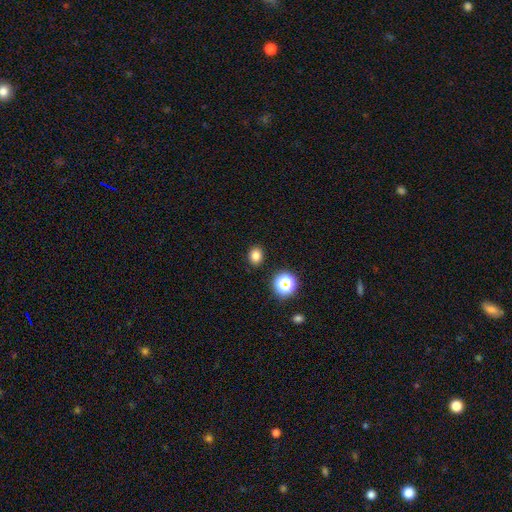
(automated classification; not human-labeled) This appears to be a smooth galaxy with no disk features (79%) that is round (59%). Merging: none (89%).